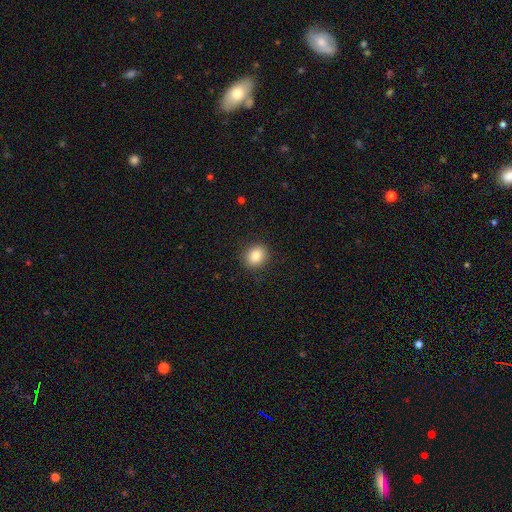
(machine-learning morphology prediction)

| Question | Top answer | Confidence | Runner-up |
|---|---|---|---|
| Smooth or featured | smooth | 85% | star or artifact (10%) |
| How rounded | round | 66% | in between (33%) |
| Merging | none | 90% | minor disturbance (7%) |